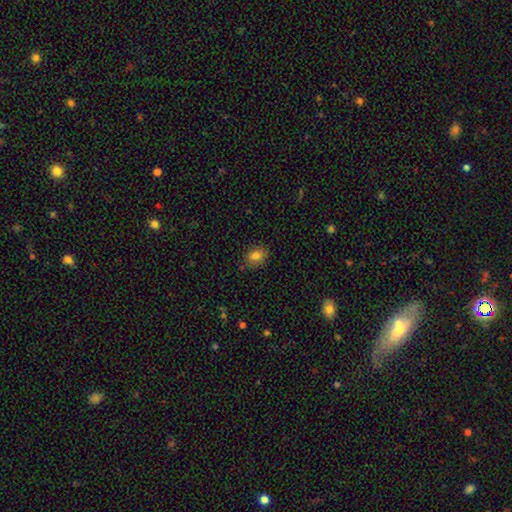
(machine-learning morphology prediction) smooth-or-featured: smooth: 82% | star or artifact: 10% | featured or disk: 8%
  how-rounded: in between: 71% | round: 27% | cigar-shaped: 1%
  merging: none: 81% | minor disturbance: 15% | major disturbance: 3% | merger: 2%